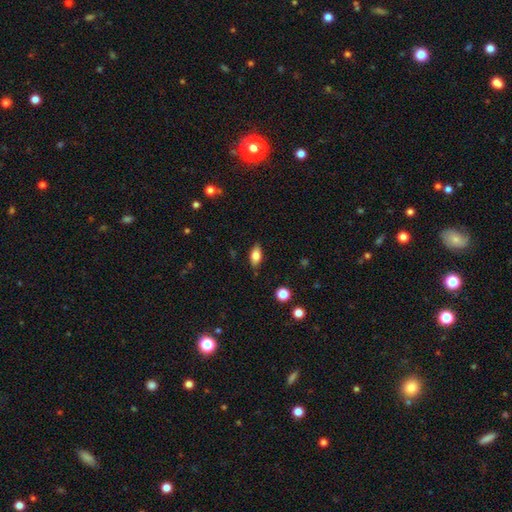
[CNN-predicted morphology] type=smooth (80%); roundness=in between (88%); merging=none (84%).